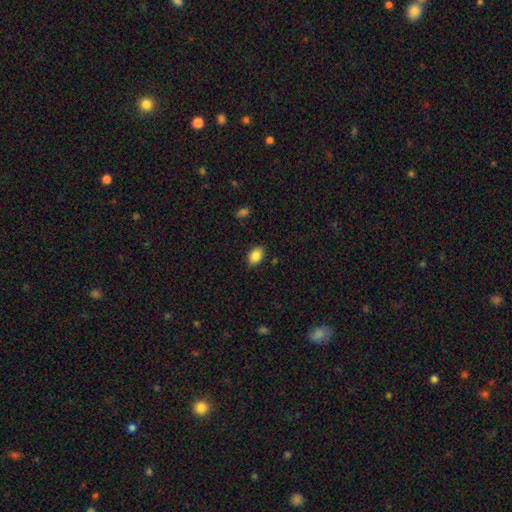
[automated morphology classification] This appears to be a smooth galaxy with no disk features (86%) that is in between round and cigar-shaped (84%). Merging: none (86%).